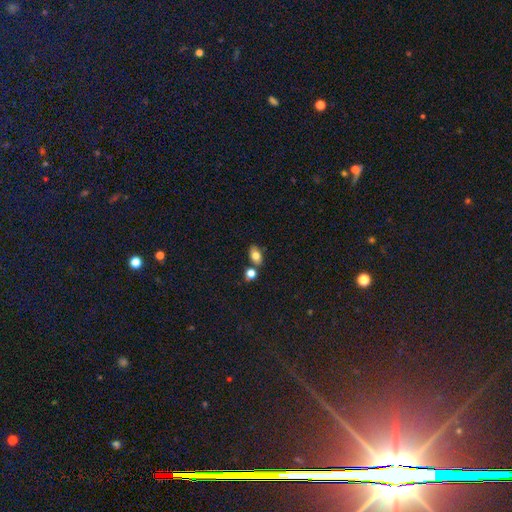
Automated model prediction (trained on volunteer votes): This is likely a smooth galaxy (77%). How rounded: clearly in between (85%). Merging: likely none (70%).